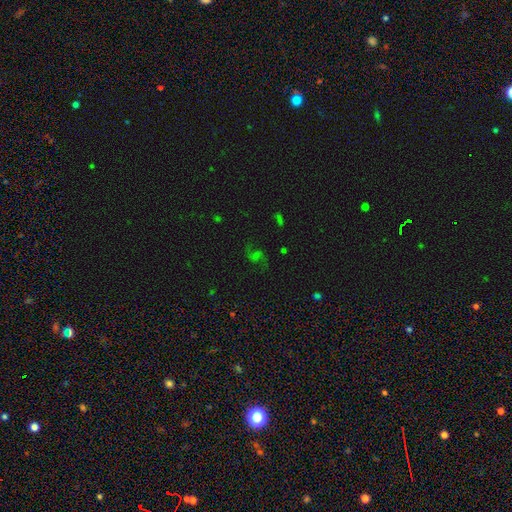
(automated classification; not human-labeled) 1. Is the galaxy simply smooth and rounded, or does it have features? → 38% featured or disk, 37% star or artifact, 25% smooth.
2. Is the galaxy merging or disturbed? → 63% none, 18% major disturbance, 16% minor disturbance, 3% merger.